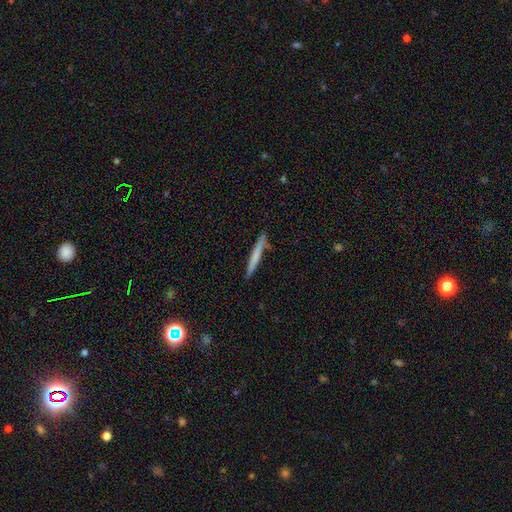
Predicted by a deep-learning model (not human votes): Smooth or featured: smooth — 66% (featured or disk — 28%)
How rounded: cigar-shaped — 97% (in between — 2%)
Merging: none — 86% (minor disturbance — 11%)